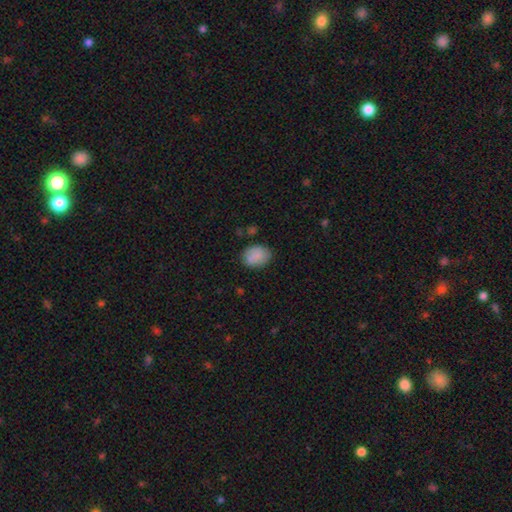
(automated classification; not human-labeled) This is clearly a smooth galaxy (85%). How rounded: possibly in between (59%). Merging: likely none (74%).